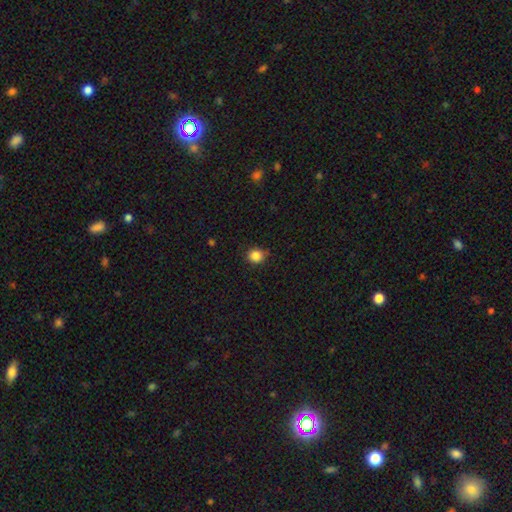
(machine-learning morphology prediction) smooth 85%, star or artifact 11%, featured or disk 4%. Down the decision tree: how rounded — round (81%); merging — none (80%).